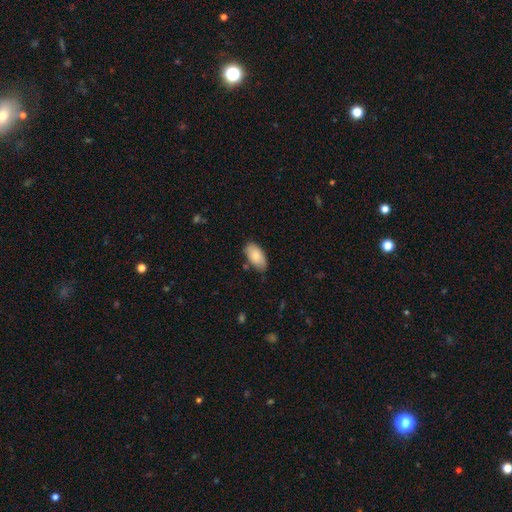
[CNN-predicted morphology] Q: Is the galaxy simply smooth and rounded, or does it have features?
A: smooth — 83%.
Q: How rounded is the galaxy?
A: in between — 94%.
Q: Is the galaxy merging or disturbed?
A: none — 75%.